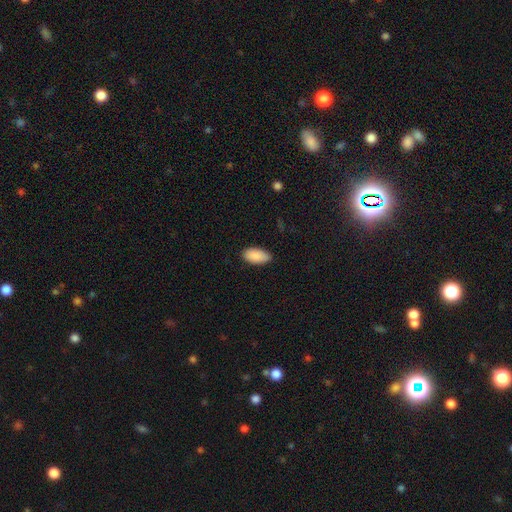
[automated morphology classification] Smooth or featured: smooth — 90% (star or artifact — 6%)
How rounded: in between — 94% (cigar-shaped — 3%)
Merging: none — 85% (minor disturbance — 12%)